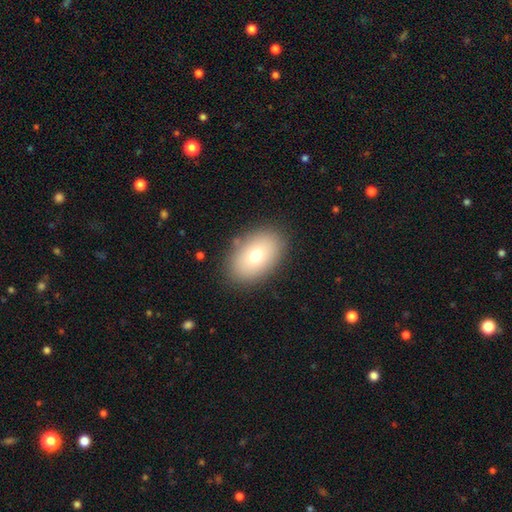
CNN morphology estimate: A smooth galaxy with no disk features (73%) that is in between round and cigar-shaped (86%). Merging: none (87%).